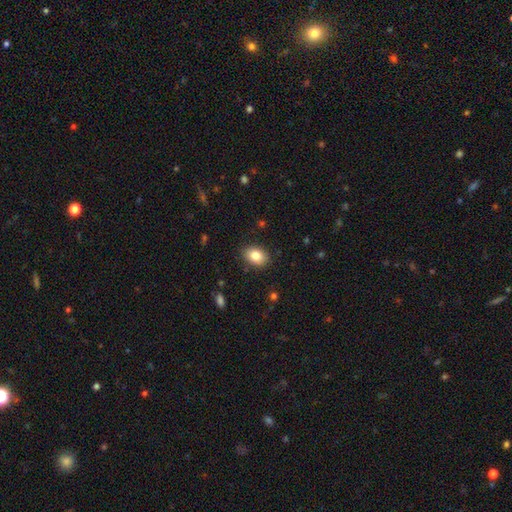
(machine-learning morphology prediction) This appears to be a smooth galaxy with no disk features (84%) that is in between round and cigar-shaped (77%). Merging: none (87%).